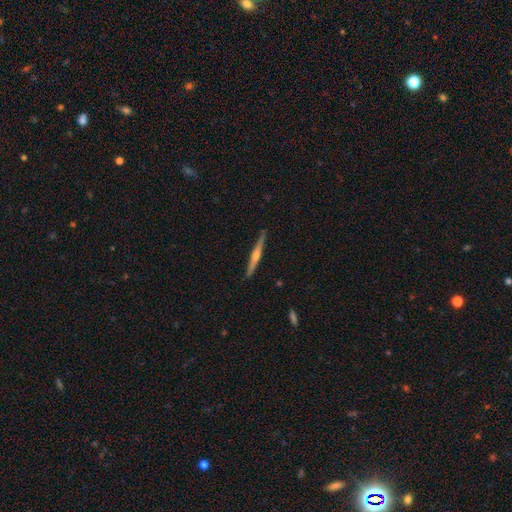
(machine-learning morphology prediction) Q: Smooth or featured?
A: featured or disk (77%); runner-up: smooth (17%)
Q: Edge-on disk?
A: yes (98%); runner-up: no (2%)
Q: Edge-on bulge?
A: rounded (82%); runner-up: none (10%)
Q: Merging?
A: none (91%); runner-up: minor disturbance (6%)